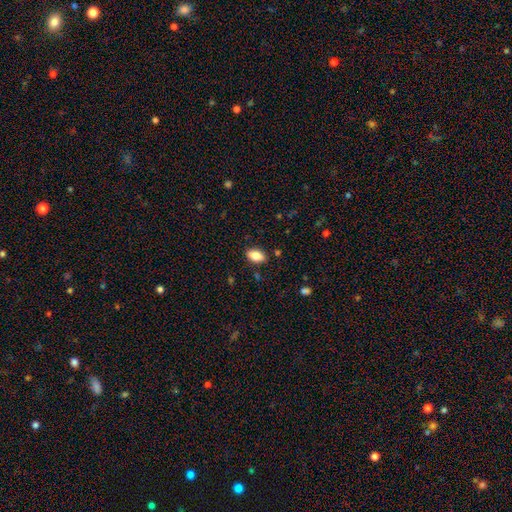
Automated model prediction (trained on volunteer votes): A smooth galaxy with no disk features (82%) that is in between round and cigar-shaped (91%). Merging: none (87%).